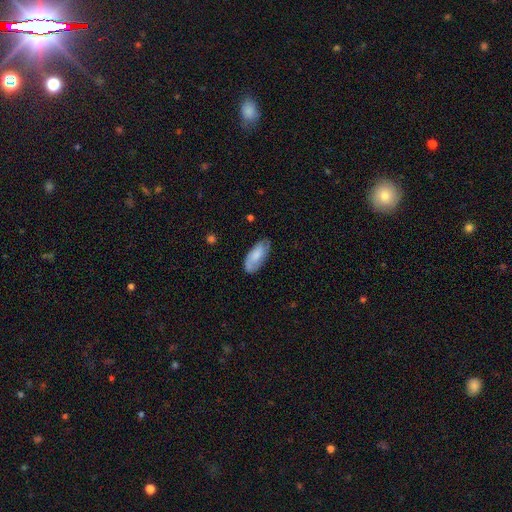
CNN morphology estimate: type=smooth (67%); roundness=in between (88%); merging=none (71%).